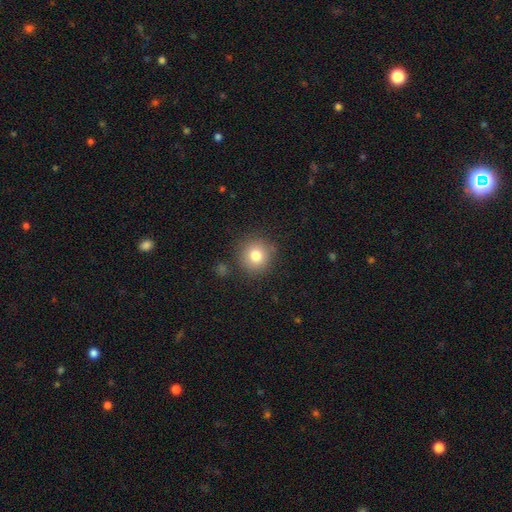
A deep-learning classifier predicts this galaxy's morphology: The model was most divided on "smooth or featured": smooth: 81%, star or artifact: 11%, featured or disk: 9%. More confident: how rounded — round (92%); merging — none (86%).